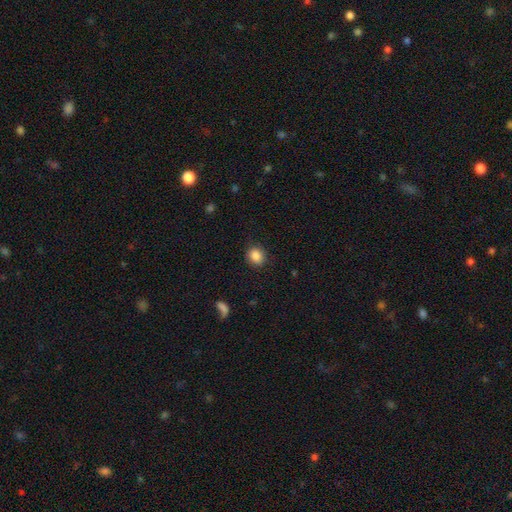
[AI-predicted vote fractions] Morphology: type=smooth (87%); roundness=round (65%); merging=none (88%).